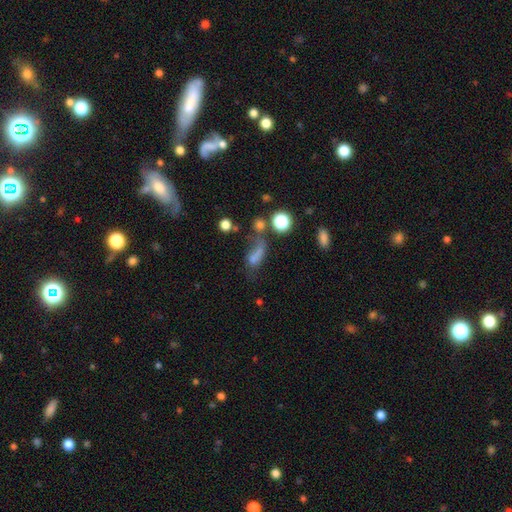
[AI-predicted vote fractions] smooth_or_featured: smooth (p=0.61) [alt: star or artifact p=0.20]
how_rounded: in between (p=0.63) [alt: round p=0.22]
merging: major disturbance (p=0.33) [alt: none p=0.27]